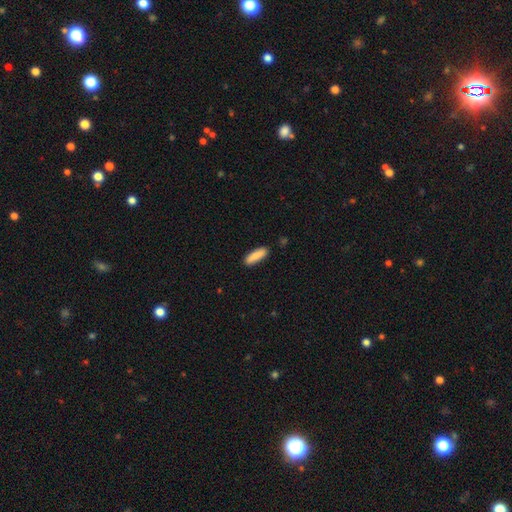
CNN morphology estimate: Overall: smooth (88%). How rounded: cigar-shaped (56%; in between 42%). Merging: none (87%).